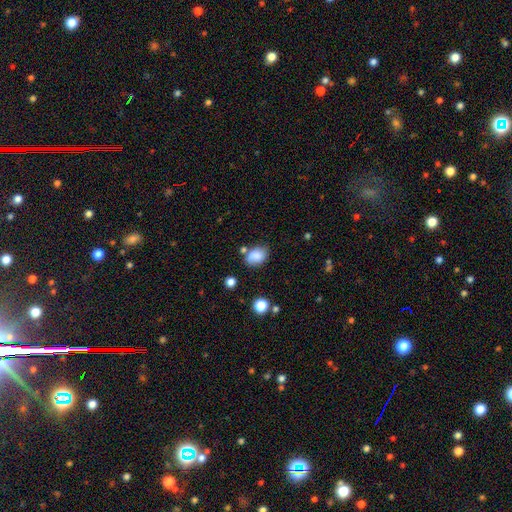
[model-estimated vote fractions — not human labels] Q: Smooth or featured?
A: smooth (82%); runner-up: star or artifact (9%)
Q: How rounded?
A: in between (75%); runner-up: round (24%)
Q: Merging?
A: none (65%); runner-up: minor disturbance (20%)